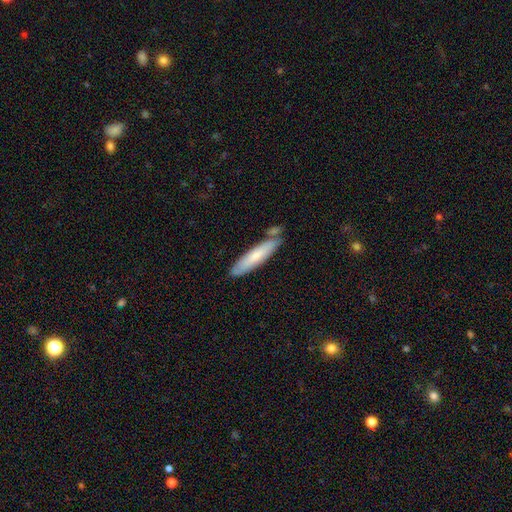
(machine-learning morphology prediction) The model was most divided on "smooth or featured": smooth: 70%, featured or disk: 24%, star or artifact: 6%. More confident: how rounded — cigar-shaped (81%); merging — none (72%).